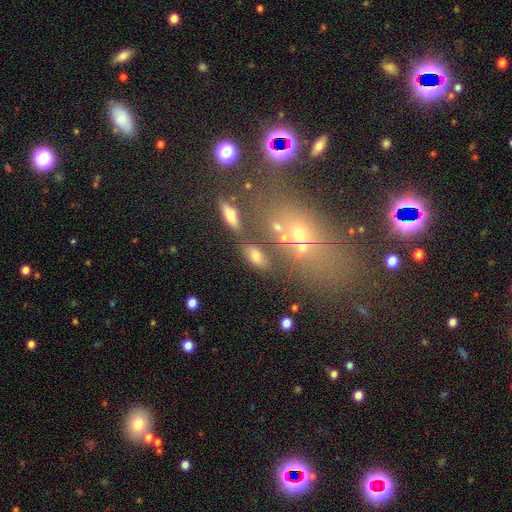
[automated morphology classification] Smooth or featured? smooth (69%)
How rounded? in between (80%)
Merging? none (66%)